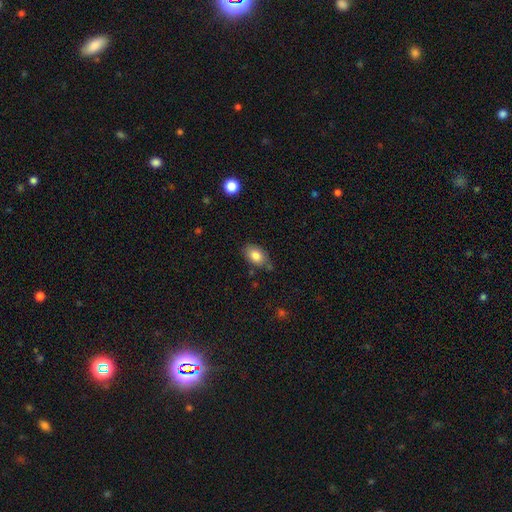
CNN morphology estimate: This is clearly a smooth galaxy (83%). How rounded: clearly in between (86%). Merging: likely none (74%).